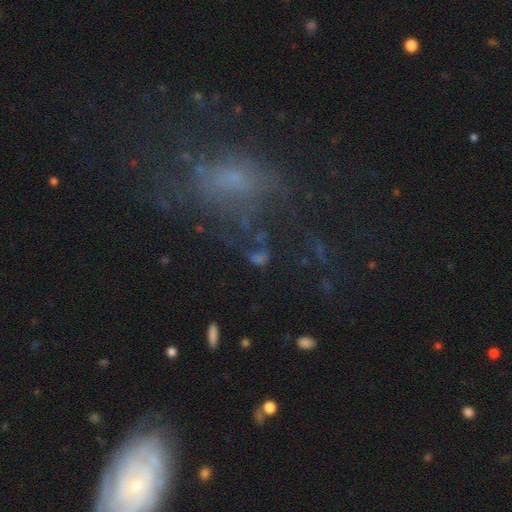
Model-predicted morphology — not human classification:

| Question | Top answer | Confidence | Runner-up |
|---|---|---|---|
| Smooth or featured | smooth | 36% | star or artifact (33%) |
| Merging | none | 59% | major disturbance (17%) |